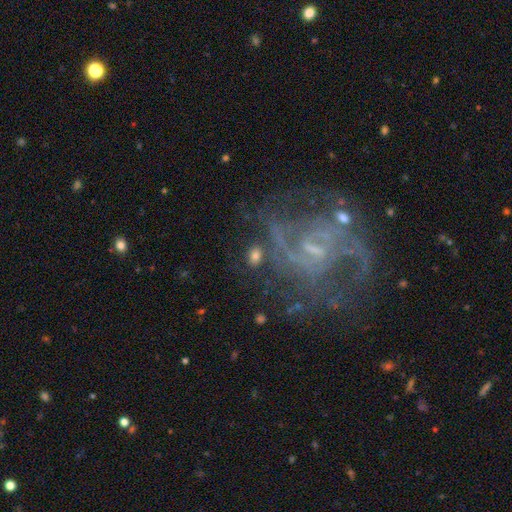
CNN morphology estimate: A featured or disk galaxy (53%) with a weak bar (40%), spiral arms (78%) and a small central bulge (39%).

Vote fractions:
- Smooth or featured? featured or disk: 53% / smooth: 33% / star or artifact: 14%
- Edge-on disk? no: 94% / yes: 6%
- Bar? weak: 40% / strong: 37% / no: 24%
- Spiral arms? yes: 78% / no: 22%
- Bulge size? small: 39% / moderate: 38% / none: 11% / large: 9% / dominant: 3%
- Merging? none: 70% / minor disturbance: 15% / major disturbance: 9% / merger: 6%